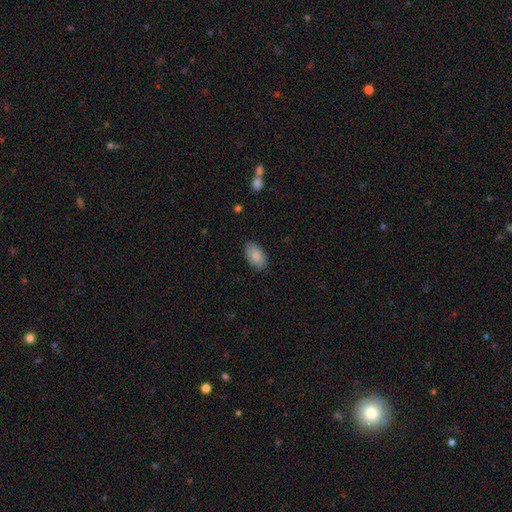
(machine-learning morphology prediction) Smooth or featured: smooth — 87% (featured or disk — 7%)
How rounded: in between — 95% (round — 4%)
Merging: none — 84% (minor disturbance — 12%)